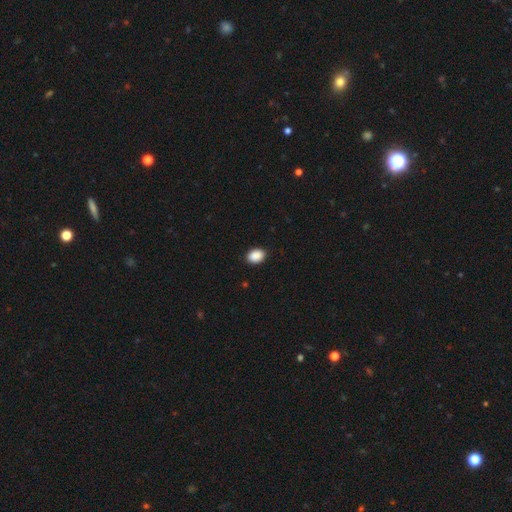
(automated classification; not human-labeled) Smooth or featured? smooth (90%)
How rounded? in between (73%)
Merging? none (90%)